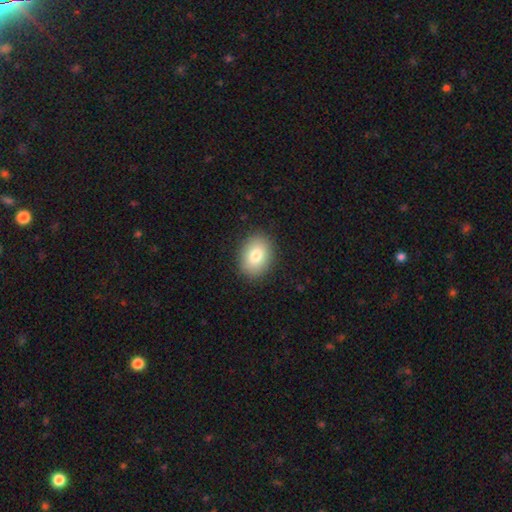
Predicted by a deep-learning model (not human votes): Overall: smooth (81%). How rounded: in between (67%; round 32%). Merging: none (89%).